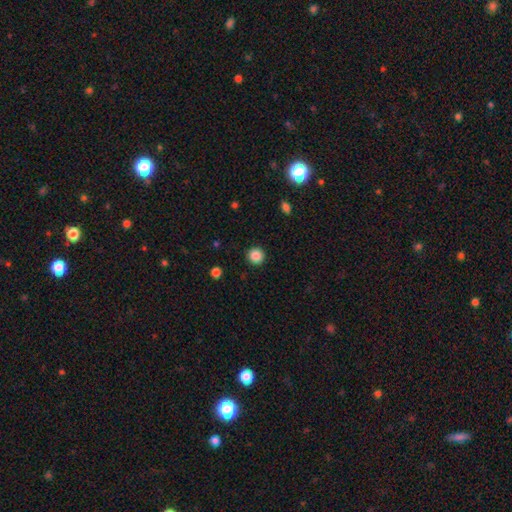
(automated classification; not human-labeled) This appears to be a smooth galaxy with no disk features (87%) that is round (95%). Merging: none (92%).